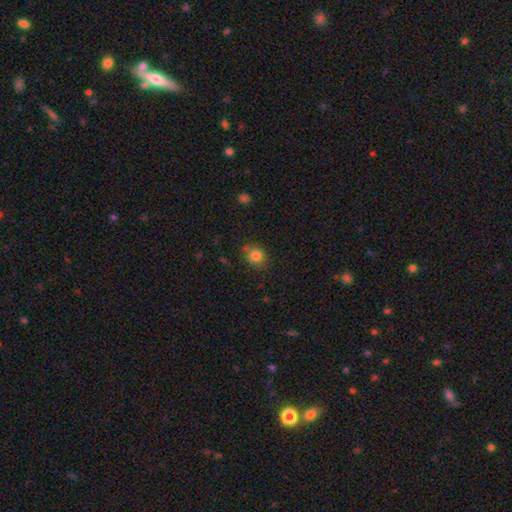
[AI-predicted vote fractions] Overall: smooth (82%). How rounded: round (76%). Merging: none (77%).